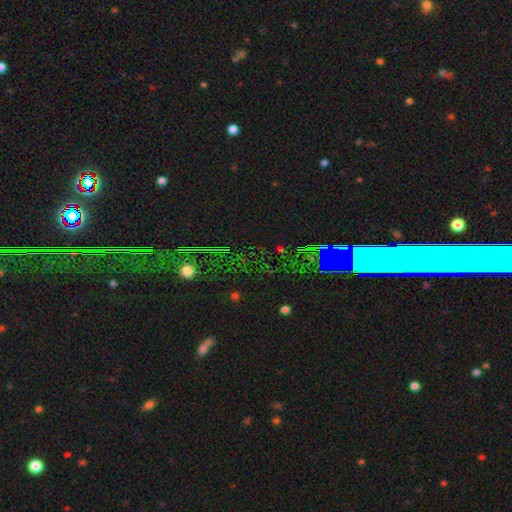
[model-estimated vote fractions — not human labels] Morphology: type=star or artifact (44%).